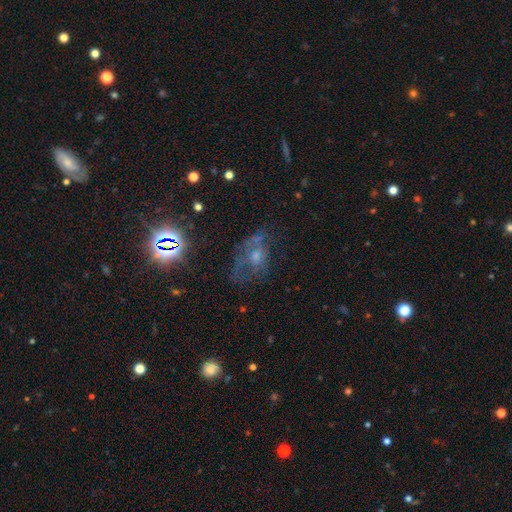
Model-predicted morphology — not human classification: Smooth or featured? Predicted: featured or disk (p=0.39). Merging? Predicted: none (p=0.45).